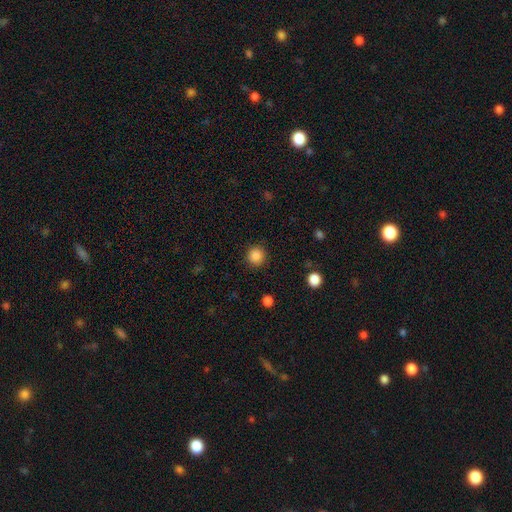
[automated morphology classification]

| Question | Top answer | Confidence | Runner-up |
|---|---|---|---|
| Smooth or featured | smooth | 87% | star or artifact (11%) |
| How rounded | round | 93% | in between (6%) |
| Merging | none | 90% | minor disturbance (6%) |